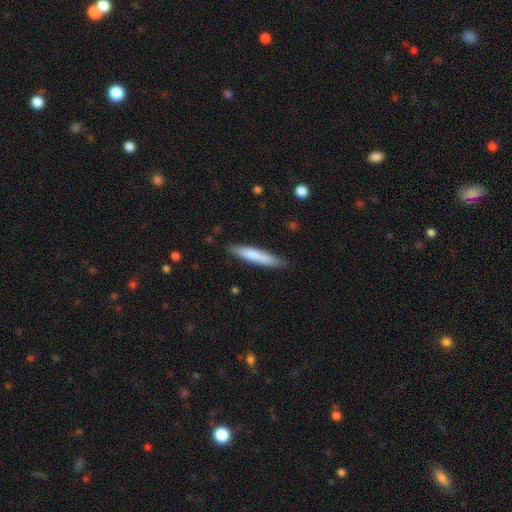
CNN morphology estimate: Smooth or featured? Predicted: smooth (p=0.73). How rounded? Predicted: cigar-shaped (p=0.89). Merging? Predicted: none (p=0.85).